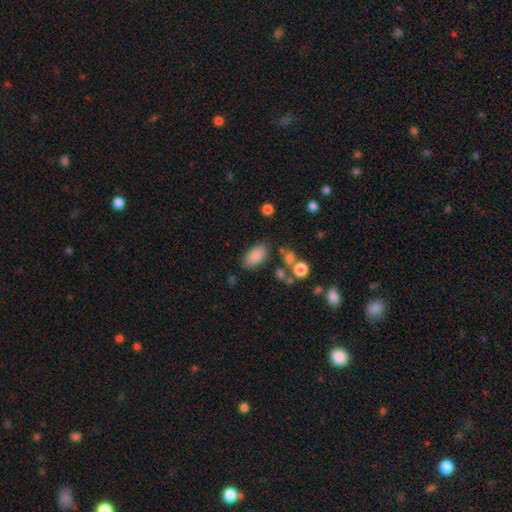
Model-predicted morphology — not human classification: smooth-or-featured: smooth: 86% | star or artifact: 8% | featured or disk: 6%
  how-rounded: in between: 93% | round: 5% | cigar-shaped: 3%
  merging: none: 77% | minor disturbance: 13% | merger: 5% | major disturbance: 5%